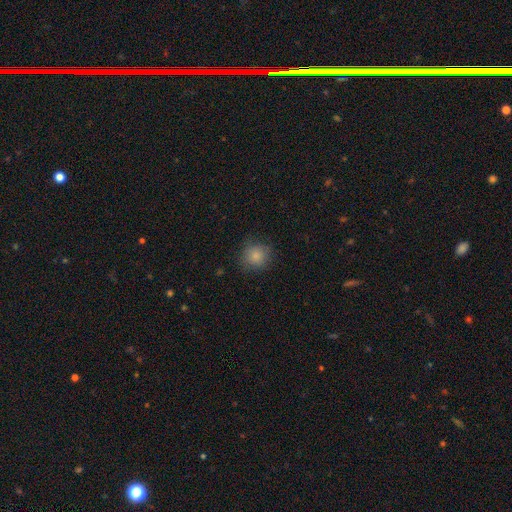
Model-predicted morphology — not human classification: A smooth galaxy with no disk features (85%) that is round (90%). Merging: none (83%).